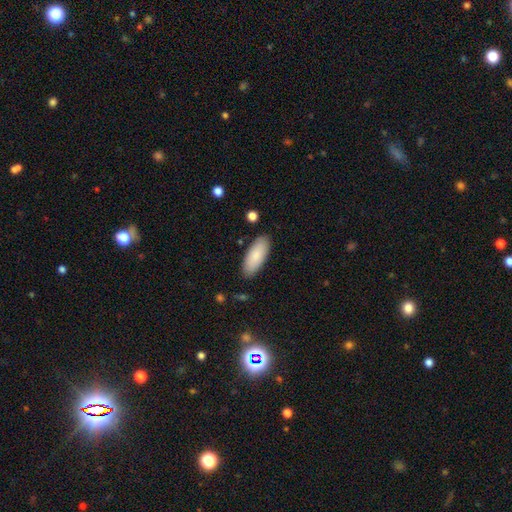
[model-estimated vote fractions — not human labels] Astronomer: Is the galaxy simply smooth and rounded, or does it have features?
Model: smooth — 86%.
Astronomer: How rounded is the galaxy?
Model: in between — 84%.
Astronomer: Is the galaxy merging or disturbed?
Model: none — 86%.